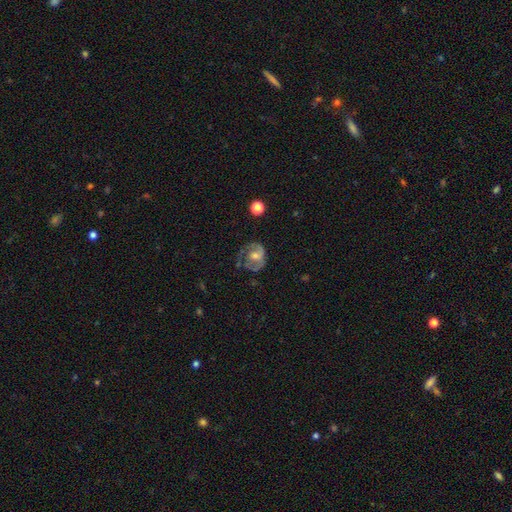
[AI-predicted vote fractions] This appears to be a featured or disk galaxy (64%) with no bar (55%), spiral arms (72%) and a moderate central bulge (58%). Merging: none (51%).